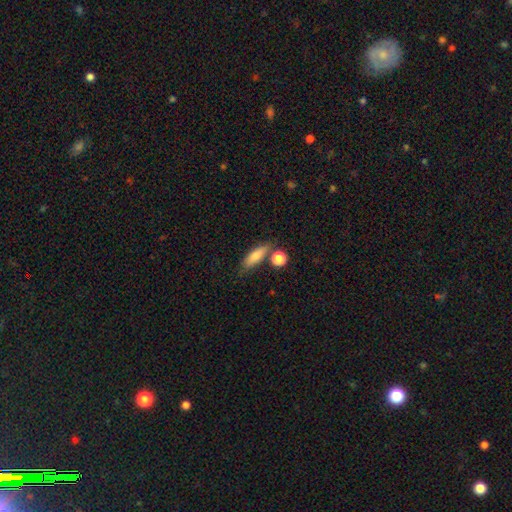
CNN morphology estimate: Q: Smooth or featured?
A: smooth (73%); runner-up: featured or disk (18%)
Q: How rounded?
A: in between (51%); runner-up: cigar-shaped (43%)
Q: Merging?
A: none (67%); runner-up: minor disturbance (16%)